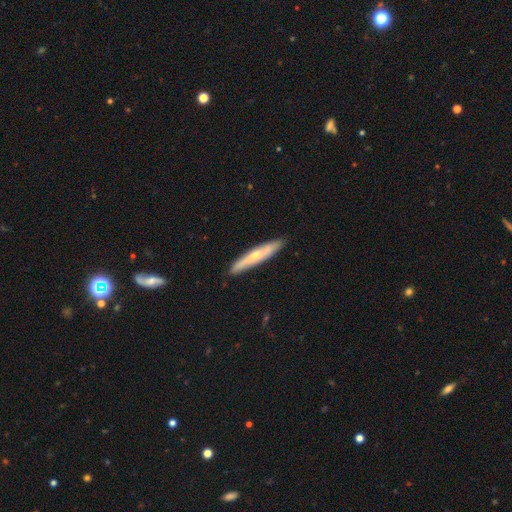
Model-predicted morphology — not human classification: smooth_or_featured: smooth (p=0.49) [alt: featured or disk p=0.46]
merging: none (p=0.88) [alt: minor disturbance p=0.09]